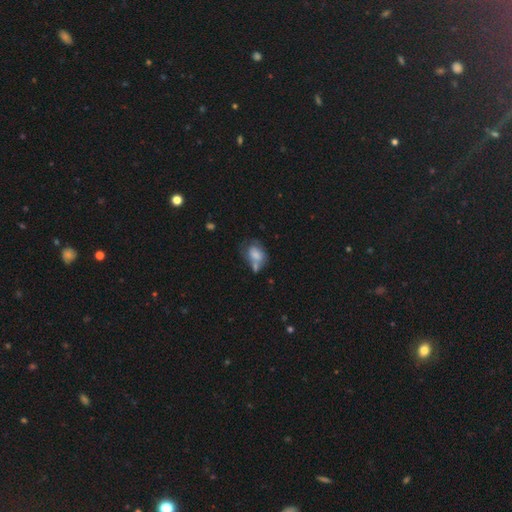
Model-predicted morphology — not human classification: type=smooth (67%); roundness=in between (76%); merging=none (31%).